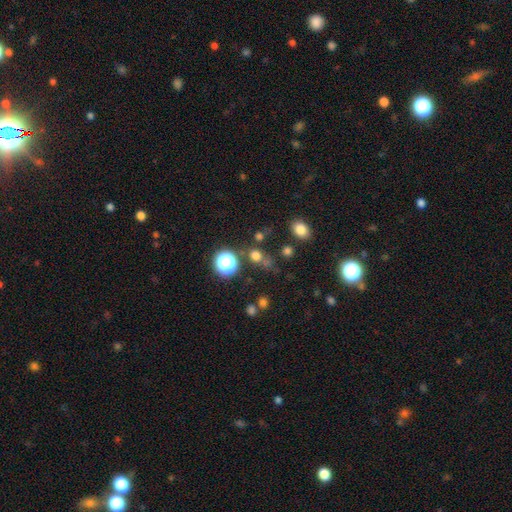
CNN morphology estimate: smooth_or_featured: smooth (p=0.66) [alt: star or artifact p=0.26]
how_rounded: round (p=0.76) [alt: in between p=0.22]
merging: none (p=0.65) [alt: minor disturbance p=0.14]